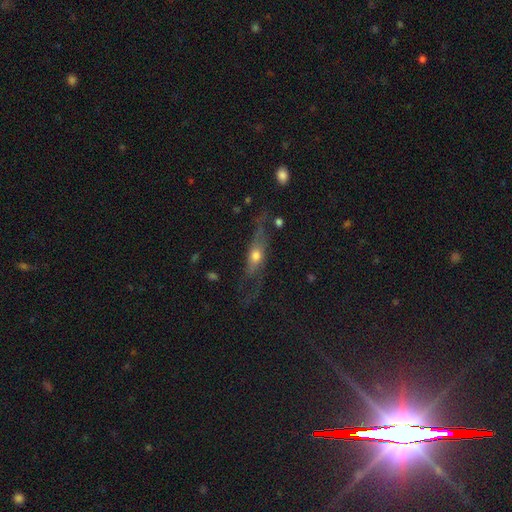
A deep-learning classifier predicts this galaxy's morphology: Q: Smooth or featured?
A: featured or disk (54%); runner-up: smooth (37%)
Q: Edge-on disk?
A: yes (62%); runner-up: no (38%)
Q: Merging?
A: none (56%); runner-up: minor disturbance (22%)